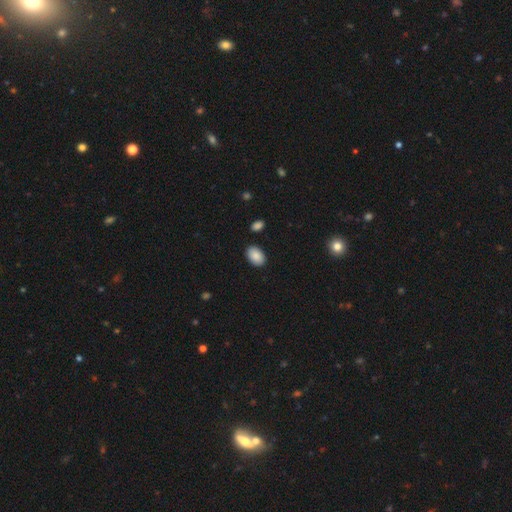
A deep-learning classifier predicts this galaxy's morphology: A smooth galaxy with no disk features (88%) that is in between round and cigar-shaped (89%). Merging: none (87%).